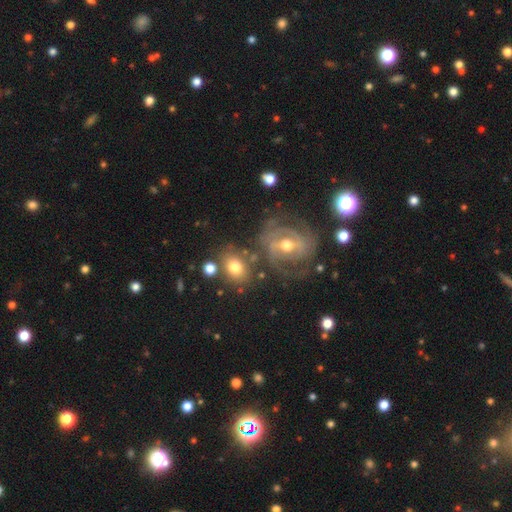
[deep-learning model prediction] This is possibly a featured or disk galaxy (49%). Merging: likely none (65%).